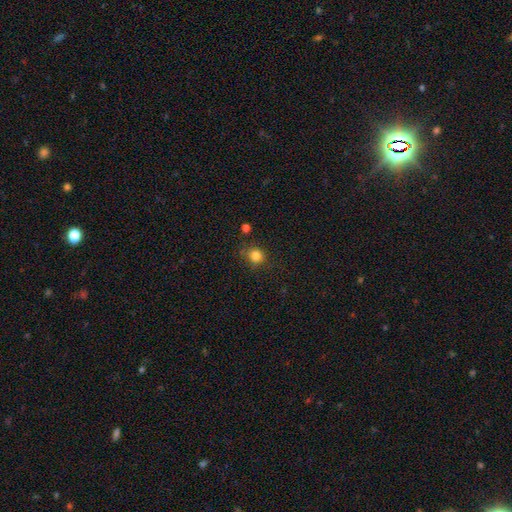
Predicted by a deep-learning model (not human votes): Overall: smooth (82%). How rounded: round (86%). Merging: none (80%).